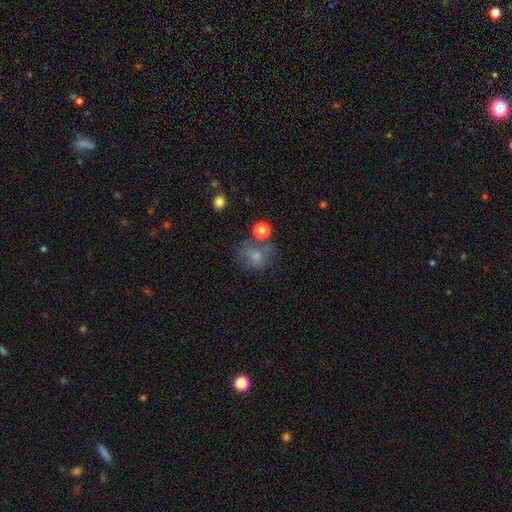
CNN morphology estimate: A smooth galaxy with no disk features (70%) that is round (61%).

Vote fractions:
- Smooth or featured? smooth: 70% / featured or disk: 15% / star or artifact: 15%
- How rounded? round: 61% / in between: 38% / cigar-shaped: 1%
- Merging? none: 44% / minor disturbance: 21% / major disturbance: 18% / merger: 18%